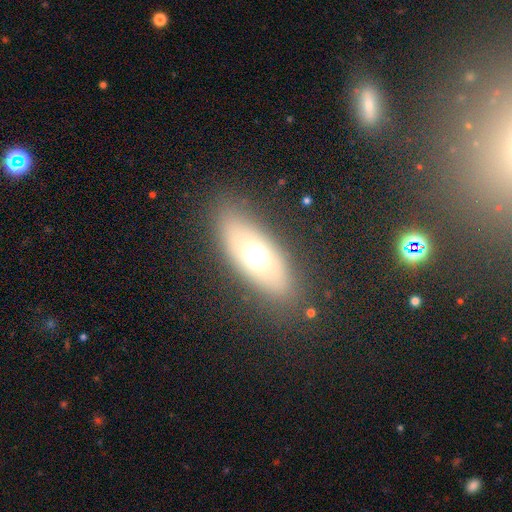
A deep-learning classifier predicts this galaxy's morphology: type=smooth (58%); roundness=in between (73%); merging=none (83%).